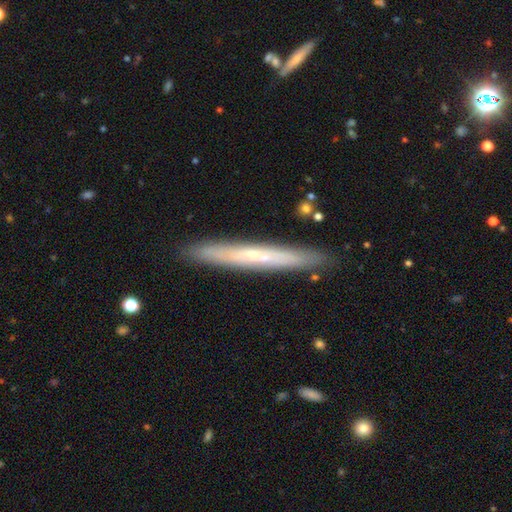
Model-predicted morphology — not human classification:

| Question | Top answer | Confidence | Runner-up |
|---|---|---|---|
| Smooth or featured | featured or disk | 53% | smooth (41%) |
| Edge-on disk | yes | 91% | no (9%) |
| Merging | none | 90% | minor disturbance (7%) |